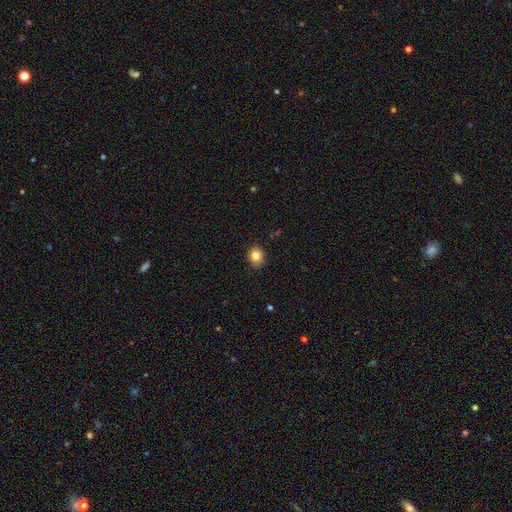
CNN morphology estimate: type=smooth (81%); roundness=round (63%); merging=none (87%).